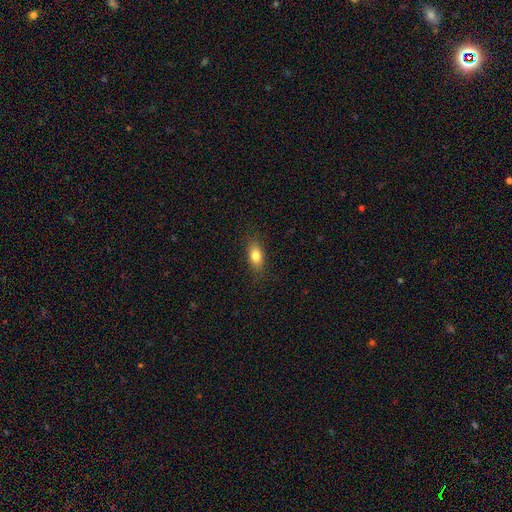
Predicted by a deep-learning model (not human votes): The model was most divided on "smooth or featured": smooth: 81%, featured or disk: 10%, star or artifact: 8%. More confident: how rounded — in between (85%); merging — none (85%).